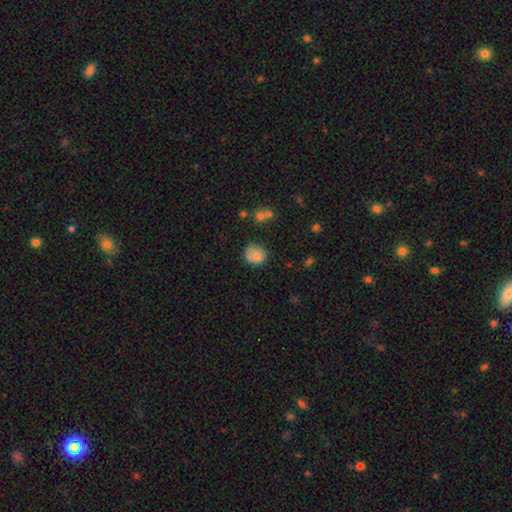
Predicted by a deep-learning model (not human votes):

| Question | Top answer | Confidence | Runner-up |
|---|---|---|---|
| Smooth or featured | smooth | 77% | featured or disk (13%) |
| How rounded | round | 76% | in between (23%) |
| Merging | none | 64% | minor disturbance (24%) |